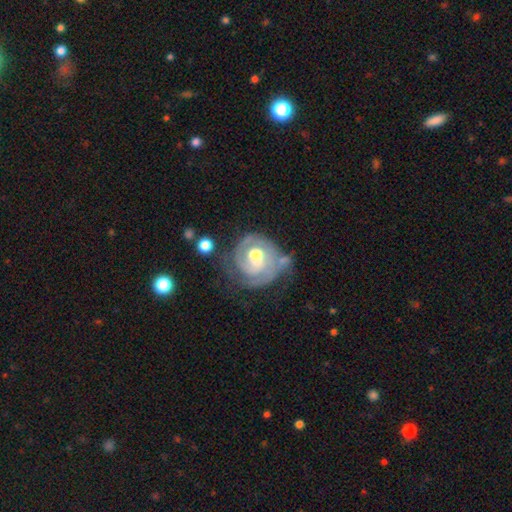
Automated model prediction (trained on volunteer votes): Smooth or featured?
  - featured or disk: 72% *
  - smooth: 22%
  - star or artifact: 6%
Edge-on disk?
  - no: 97% *
  - yes: 3%
Bar?
  - no: 66% *
  - weak: 27%
  - strong: 7%
Spiral arms?
  - yes: 77% *
  - no: 23%
Spiral winding?
  - tight: 63% *
  - medium: 25%
  - loose: 11%
Spiral arm count?
  - 1: 31% *
  - 2: 28%
  - can't tell: 28%
  - 3: 7%
  - 4: 3%
  - more than 4: 3%
Bulge size?
  - moderate: 69% *
  - large: 22%
  - small: 6%
  - dominant: 2%
  - none: 1%
Merging?
  - none: 44% *
  - minor disturbance: 24%
  - major disturbance: 22%
  - merger: 9%